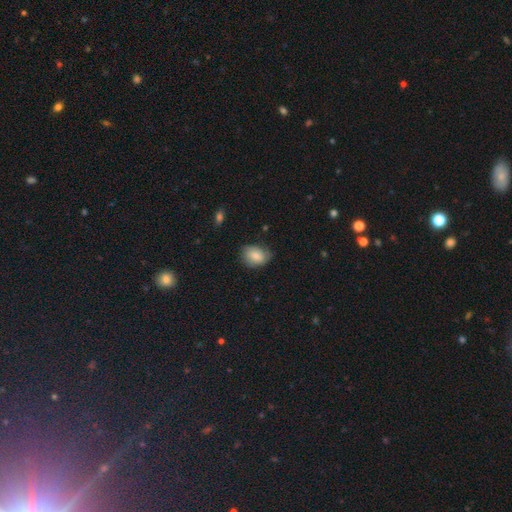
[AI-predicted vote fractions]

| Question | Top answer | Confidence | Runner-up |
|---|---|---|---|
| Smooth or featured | smooth | 75% | featured or disk (18%) |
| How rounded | in between | 66% | round (32%) |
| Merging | none | 63% | minor disturbance (30%) |